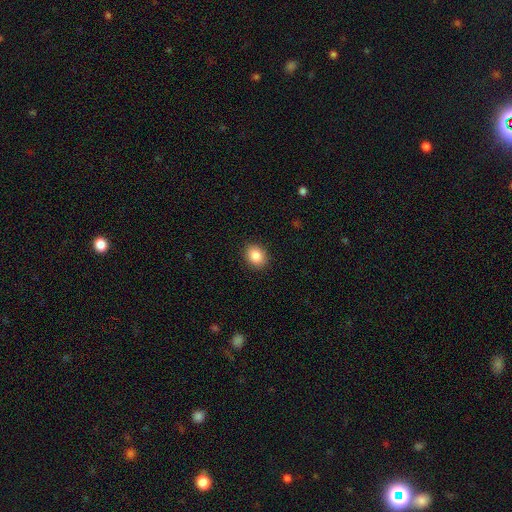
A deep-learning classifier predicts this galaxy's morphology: Overall: smooth (86%). How rounded: in between (51%; round 48%). Merging: none (90%).